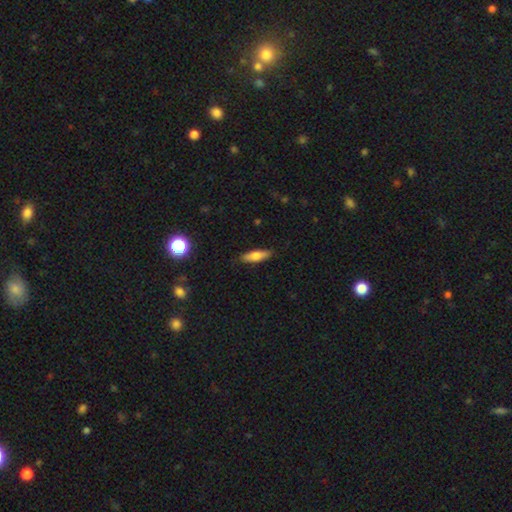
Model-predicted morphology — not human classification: smooth-or-featured: smooth: 69% | featured or disk: 24% | star or artifact: 7%
  how-rounded: cigar-shaped: 55% | in between: 42% | round: 2%
  merging: none: 87% | minor disturbance: 10% | major disturbance: 2% | merger: 1%